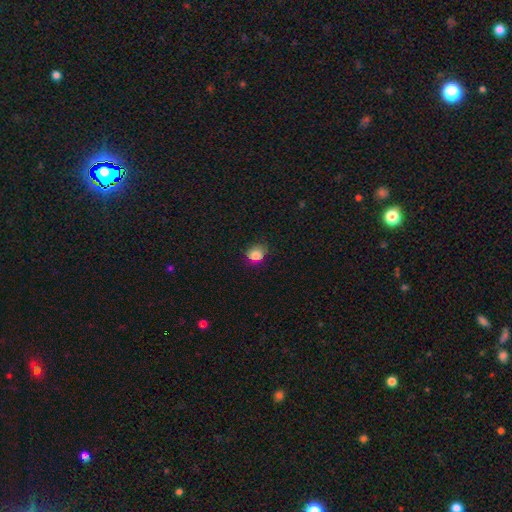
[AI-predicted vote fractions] This is clearly a smooth galaxy (83%). How rounded: likely round (65%). Merging: likely none (67%).